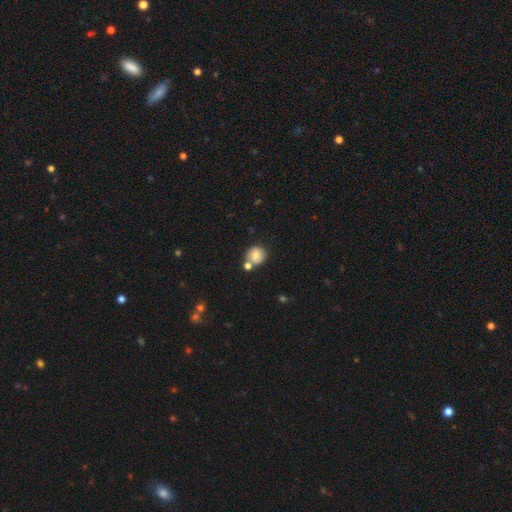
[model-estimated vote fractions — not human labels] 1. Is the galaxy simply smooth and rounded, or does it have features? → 77% smooth, 14% featured or disk, 9% star or artifact.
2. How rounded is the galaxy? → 87% round, 12% in between, 1% cigar-shaped.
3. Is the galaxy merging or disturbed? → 62% none, 22% merger, 13% minor disturbance, 3% major disturbance.